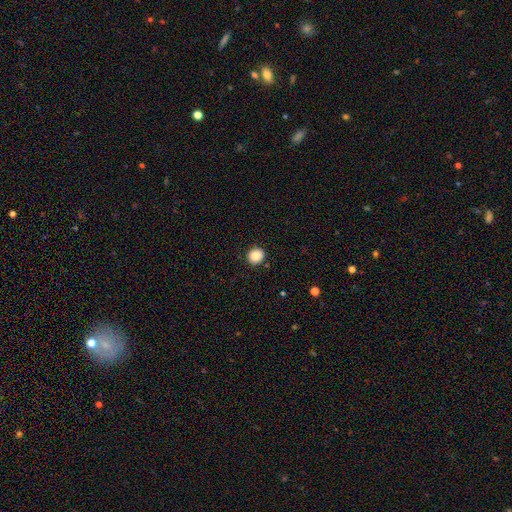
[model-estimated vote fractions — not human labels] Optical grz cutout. It shows a smooth galaxy with no disk features (87%) that is round (86%). Merging: none (90%).